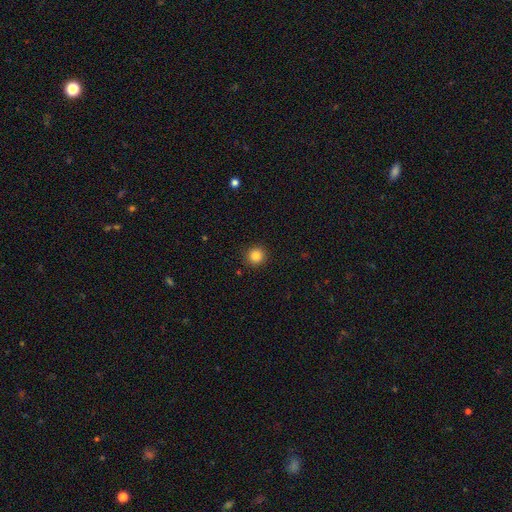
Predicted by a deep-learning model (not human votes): Morphology: type=smooth (85%); roundness=round (94%); merging=none (92%).